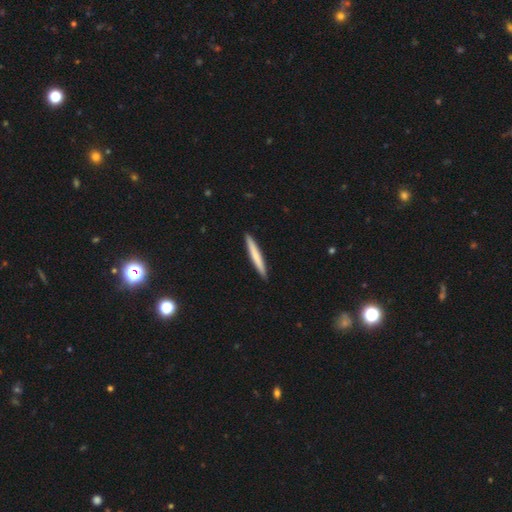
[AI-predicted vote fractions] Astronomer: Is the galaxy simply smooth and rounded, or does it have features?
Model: smooth — 72%.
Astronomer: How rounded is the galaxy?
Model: cigar-shaped — 96%.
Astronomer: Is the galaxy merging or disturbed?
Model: none — 92%.